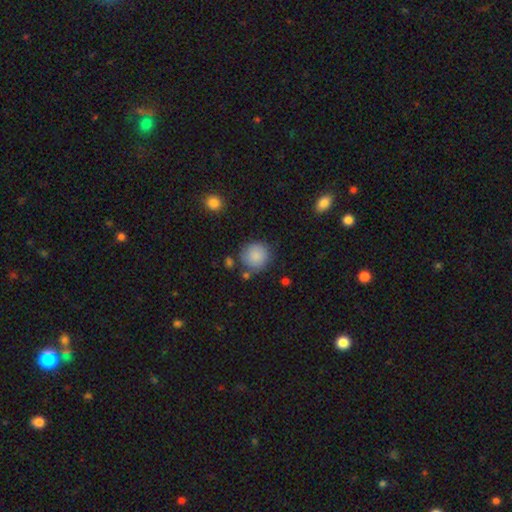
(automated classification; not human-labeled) Smooth or featured? smooth (87%)
How rounded? round (91%)
Merging? none (77%)